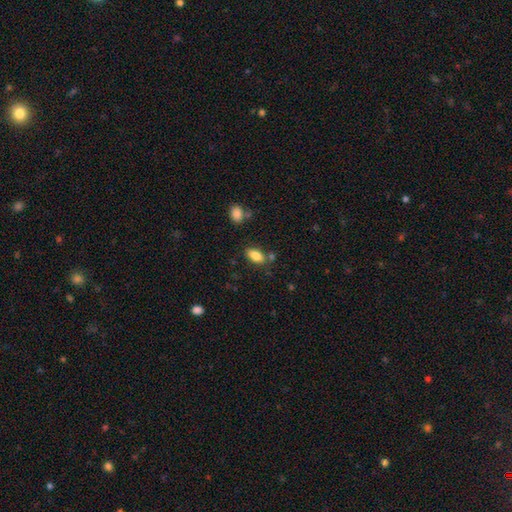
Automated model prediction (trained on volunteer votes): Q: Smooth or featured?
A: smooth (84%); runner-up: star or artifact (9%)
Q: How rounded?
A: in between (90%); runner-up: cigar-shaped (5%)
Q: Merging?
A: none (74%); runner-up: minor disturbance (13%)